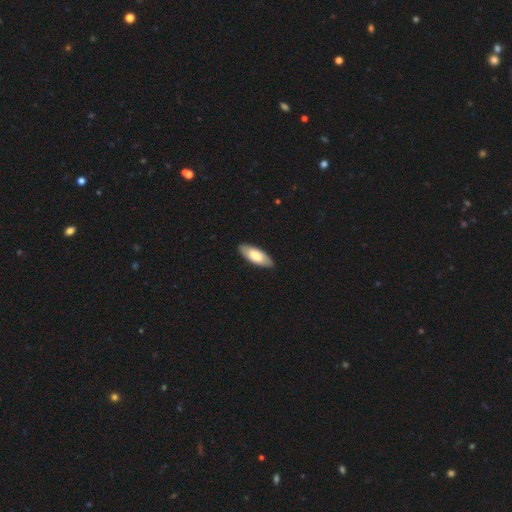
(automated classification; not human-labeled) smooth_or_featured: smooth (p=0.71) [alt: featured or disk p=0.23]
how_rounded: in between (p=0.78) [alt: cigar-shaped p=0.20]
merging: none (p=0.87) [alt: minor disturbance p=0.10]